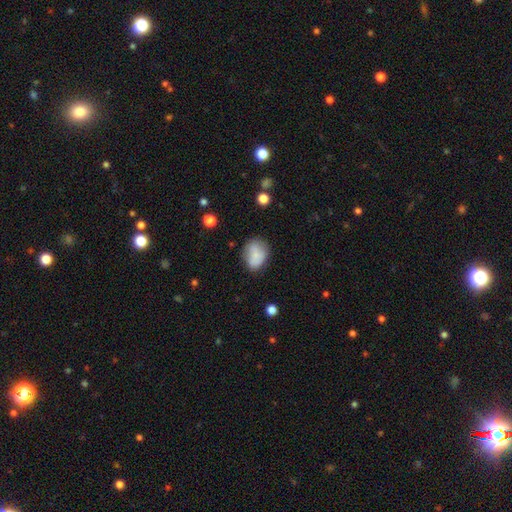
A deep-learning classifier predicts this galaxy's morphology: A smooth galaxy with no disk features (76%) that is in between round and cigar-shaped (69%). Merging: none (60%).